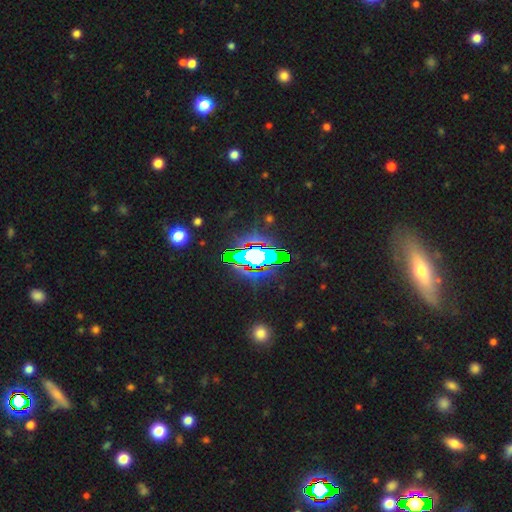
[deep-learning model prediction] A star or artifact, not a galaxy (62%).

Vote fractions:
- Smooth or featured? star or artifact: 62% / smooth: 21% / featured or disk: 18%